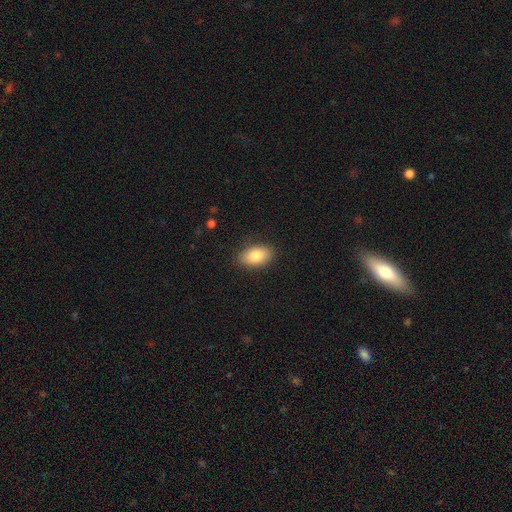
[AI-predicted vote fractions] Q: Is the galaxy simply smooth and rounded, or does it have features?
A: smooth — 82%.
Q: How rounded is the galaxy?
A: in between — 91%.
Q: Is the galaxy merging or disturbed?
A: none — 86%.